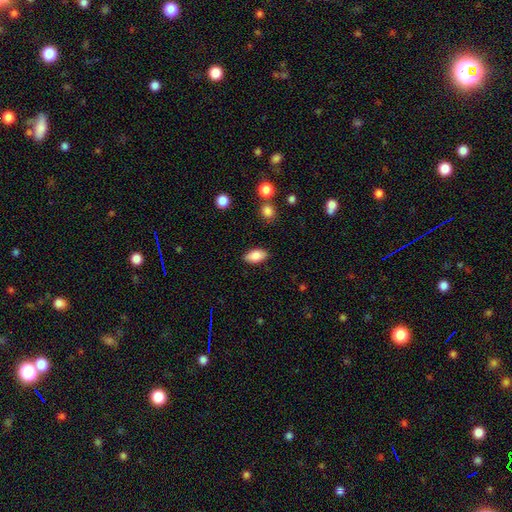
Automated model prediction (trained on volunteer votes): Smooth or featured? Predicted: smooth (p=0.84). How rounded? Predicted: in between (p=0.91). Merging? Predicted: none (p=0.86).